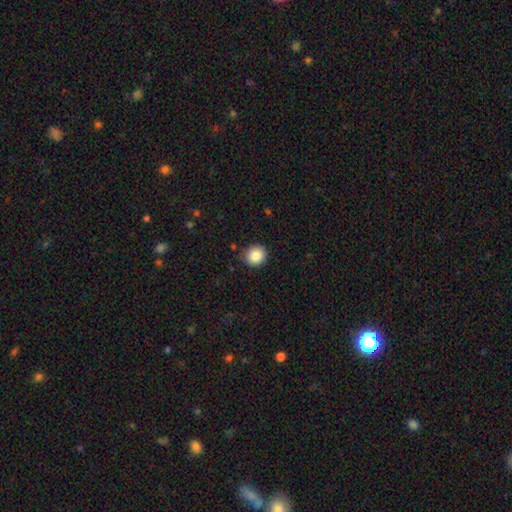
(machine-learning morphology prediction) The model was most divided on "how rounded": round: 85%, in between: 14%, cigar-shaped: 1%. More confident: merging — none (86%); smooth or featured — smooth (86%).